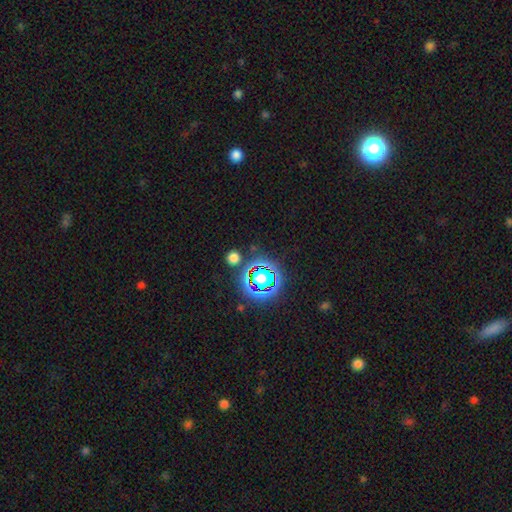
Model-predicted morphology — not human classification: Q: Smooth or featured?
A: star or artifact (74%); runner-up: smooth (16%)